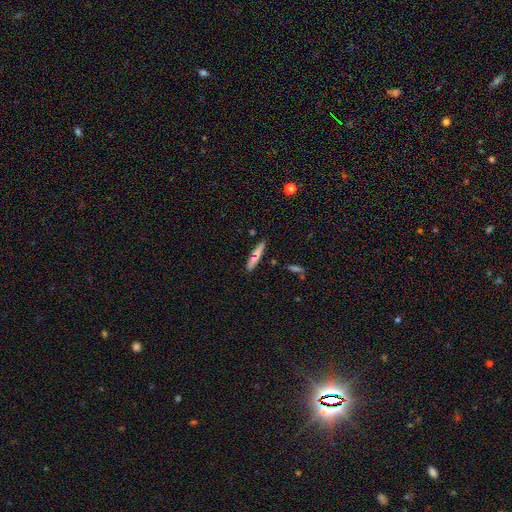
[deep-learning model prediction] This appears to be a smooth galaxy with no disk features (71%) that is cigar-shaped (89%). Merging: none (85%).